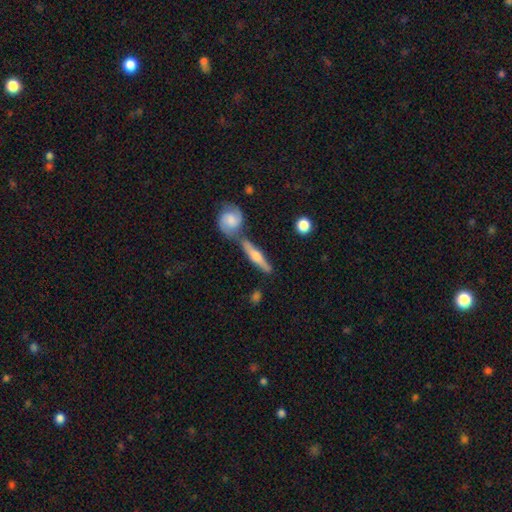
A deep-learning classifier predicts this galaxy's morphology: featured or disk 64%, smooth 30%, star or artifact 6%. Down the decision tree: edge-on disk — yes (88%); edge-on bulge — rounded (87%); merging — none (62%).